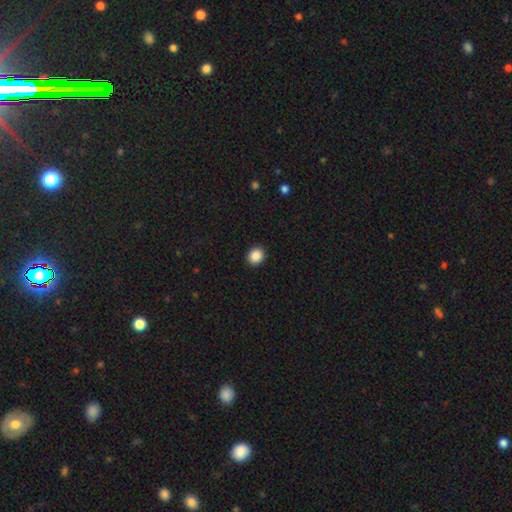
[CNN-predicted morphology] Q: Smooth or featured?
A: smooth (88%); runner-up: star or artifact (9%)
Q: How rounded?
A: round (80%); runner-up: in between (19%)
Q: Merging?
A: none (92%); runner-up: minor disturbance (5%)